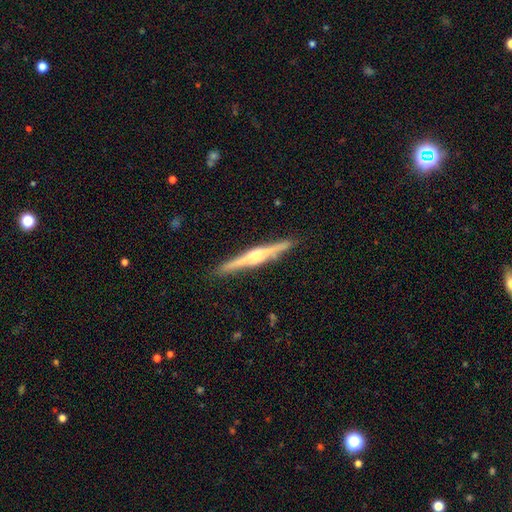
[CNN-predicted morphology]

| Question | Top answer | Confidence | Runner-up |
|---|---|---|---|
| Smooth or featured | featured or disk | 78% | smooth (17%) |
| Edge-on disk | yes | 98% | no (2%) |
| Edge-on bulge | rounded | 84% | boxy (8%) |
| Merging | none | 91% | minor disturbance (6%) |